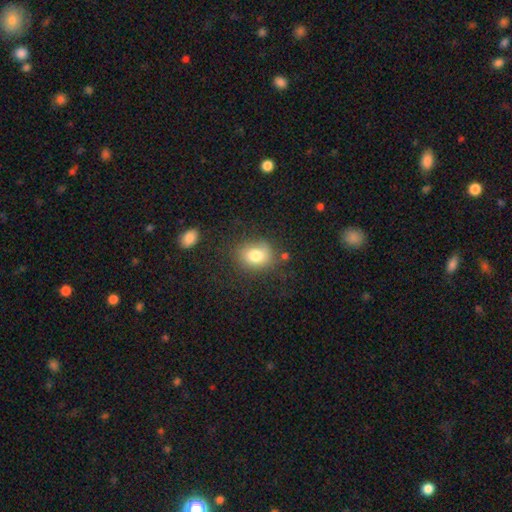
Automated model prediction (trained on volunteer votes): Morphology: type=smooth (77%); roundness=round (51%); merging=none (72%).